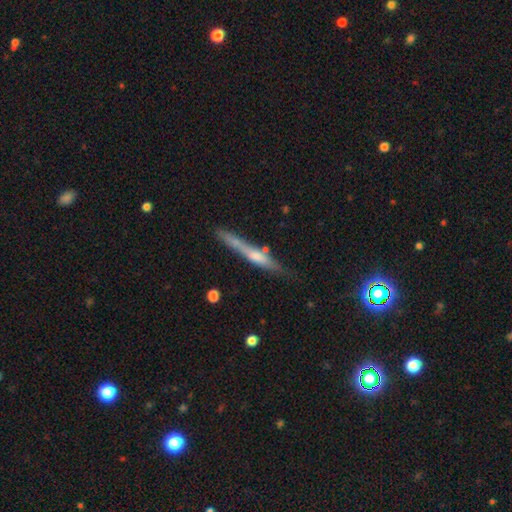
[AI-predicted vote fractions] Smooth or featured: featured or disk — 63% (smooth — 25%)
Edge-on disk: yes — 94% (no — 6%)
Edge-on bulge: rounded — 59% (none — 31%)
Merging: none — 74% (minor disturbance — 18%)